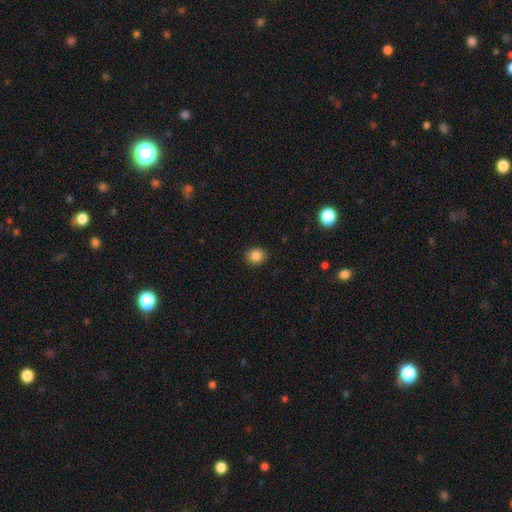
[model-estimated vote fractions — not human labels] A smooth galaxy with no disk features (85%) that is round (71%).

Vote fractions:
- Smooth or featured? smooth: 85% / star or artifact: 10% / featured or disk: 5%
- How rounded? round: 71% / in between: 28% / cigar-shaped: 1%
- Merging? none: 89% / minor disturbance: 8% / major disturbance: 2% / merger: 1%